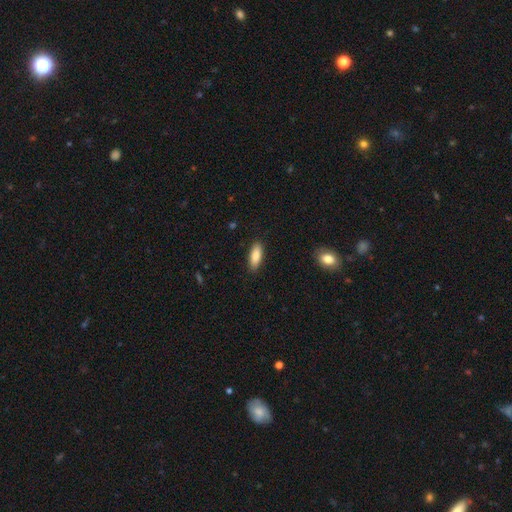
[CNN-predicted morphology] smooth-or-featured: smooth: 86% | featured or disk: 7% | star or artifact: 6%
  how-rounded: in between: 72% | cigar-shaped: 26% | round: 2%
  merging: none: 88% | minor disturbance: 9% | major disturbance: 2% | merger: 1%